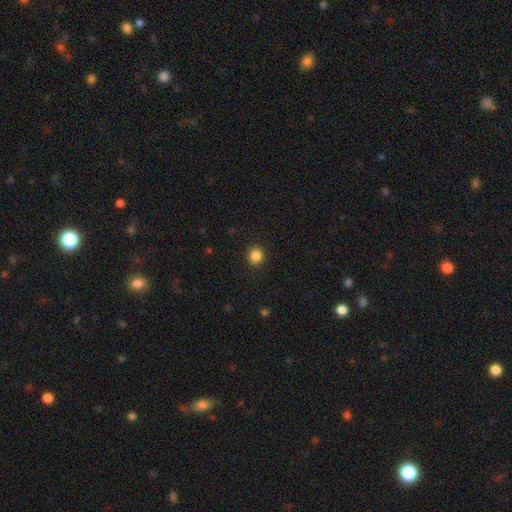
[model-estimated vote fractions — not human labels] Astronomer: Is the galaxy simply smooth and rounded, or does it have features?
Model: smooth — 86%.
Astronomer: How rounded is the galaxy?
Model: round — 81%.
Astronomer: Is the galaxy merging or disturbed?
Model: none — 92%.